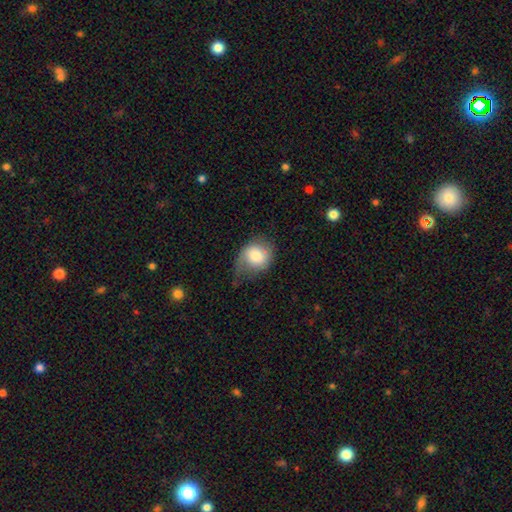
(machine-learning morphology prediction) smooth_or_featured: smooth (p=0.73) [alt: featured or disk p=0.20]
how_rounded: round (p=0.61) [alt: in between p=0.38]
merging: none (p=0.38) [tied with: minor disturbance p=0.38]